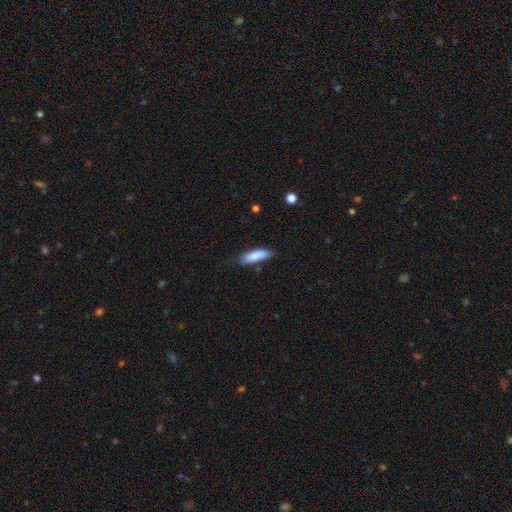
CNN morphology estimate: smooth 85%, featured or disk 9%, star or artifact 6%. Down the decision tree: how rounded — cigar-shaped (54%); merging — none (73%).